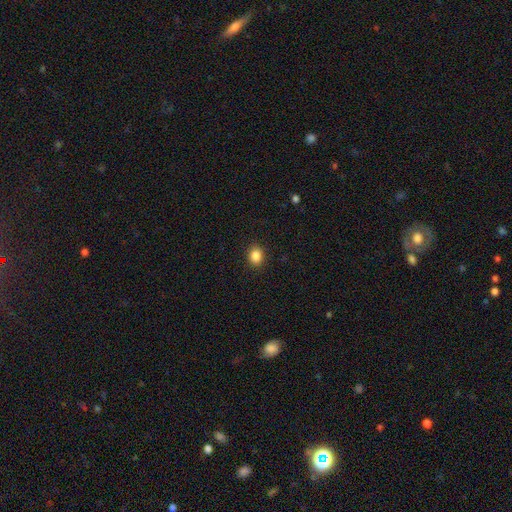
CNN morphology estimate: A smooth galaxy with no disk features (86%) that is round (54%).

Vote fractions:
- Smooth or featured? smooth: 86% / star or artifact: 10% / featured or disk: 4%
- How rounded? round: 54% / in between: 46% / cigar-shaped: 1%
- Merging? none: 91% / minor disturbance: 6% / major disturbance: 2% / merger: 1%